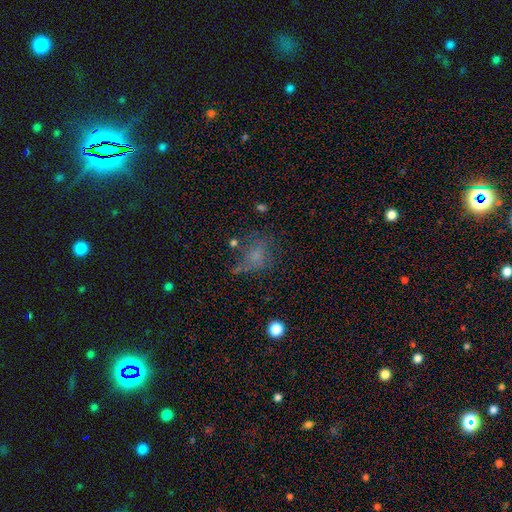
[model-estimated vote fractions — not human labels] The model was most divided on "how rounded": round: 50%, in between: 48%, cigar-shaped: 2%. Remaining: smooth or featured — smooth (52%); merging — none (45%).